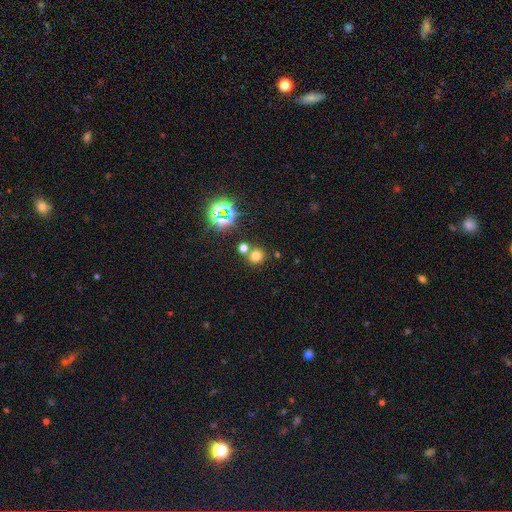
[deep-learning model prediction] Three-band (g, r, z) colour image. It shows a smooth galaxy with no disk features (69%) that is round (89%). Merging: none (67%).